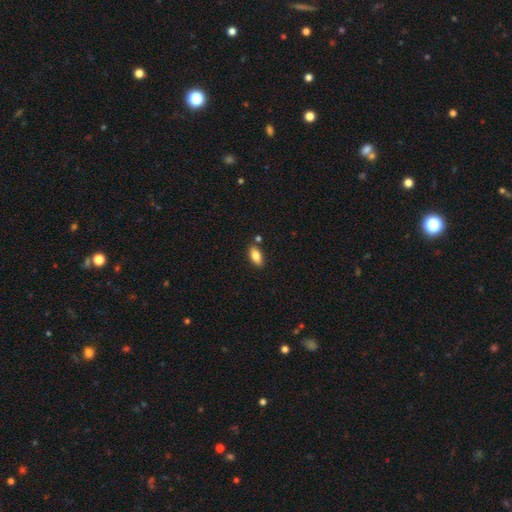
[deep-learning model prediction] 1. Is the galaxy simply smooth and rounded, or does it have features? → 82% smooth, 10% featured or disk, 7% star or artifact.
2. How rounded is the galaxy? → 91% in between, 6% cigar-shaped, 3% round.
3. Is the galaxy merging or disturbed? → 83% none, 10% minor disturbance, 5% merger, 2% major disturbance.